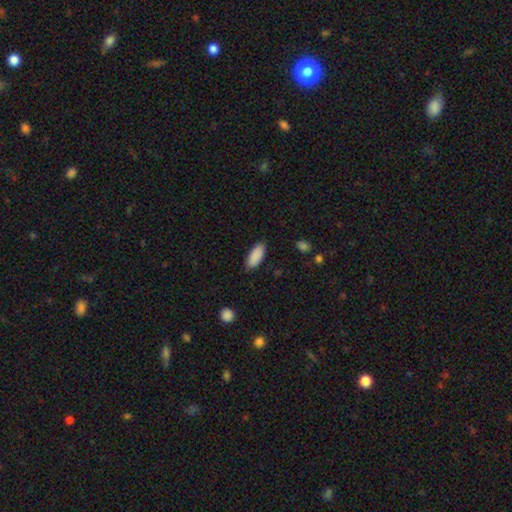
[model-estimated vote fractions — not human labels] Smooth or featured? smooth (90%)
How rounded? in between (83%)
Merging? none (86%)